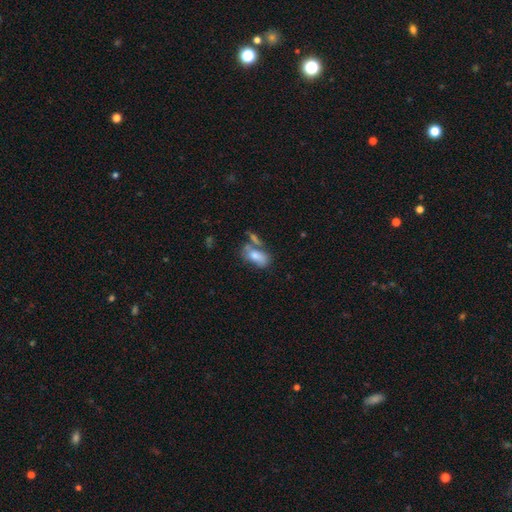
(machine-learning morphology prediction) A smooth galaxy with no disk features (74%) that is in between round and cigar-shaped (89%). Merging: none (40%).